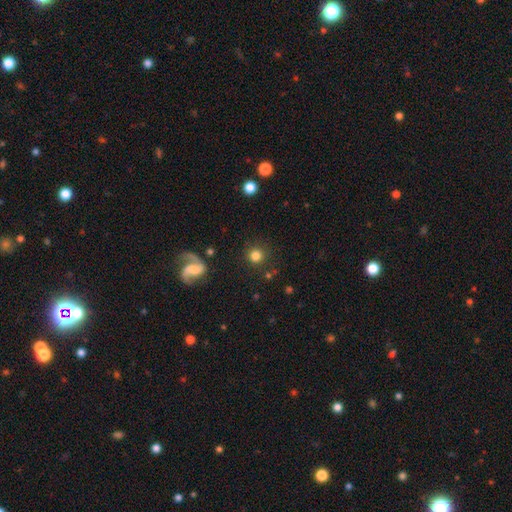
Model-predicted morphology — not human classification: smooth_or_featured: smooth (p=0.78) [alt: featured or disk p=0.11]
how_rounded: round (p=0.94) [alt: in between p=0.05]
merging: none (p=0.87) [alt: minor disturbance p=0.07]